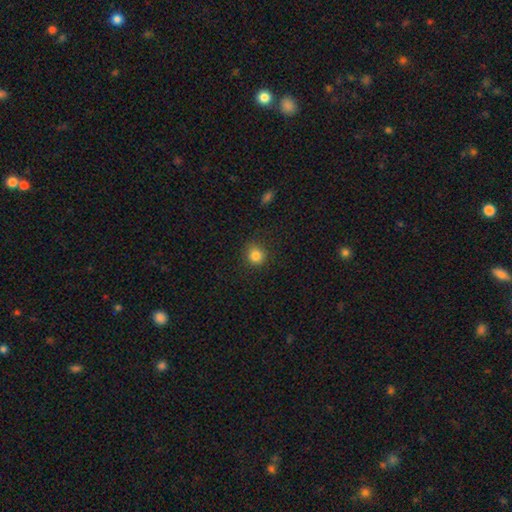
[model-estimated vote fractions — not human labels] A smooth galaxy with no disk features (83%) that is round (89%). Merging: none (85%).